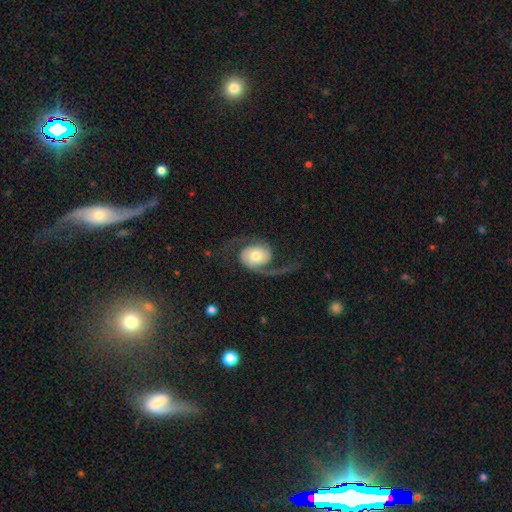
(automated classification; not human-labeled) Overall: featured or disk (84%). Edge-on disk: no (97%). Bar: no (71%). Spiral arms: yes (96%). Spiral arm count: 2 (87%). Spiral winding: loose (64%; medium 28%). Bulge size: moderate (51%; large 20%). Merging: none (62%).